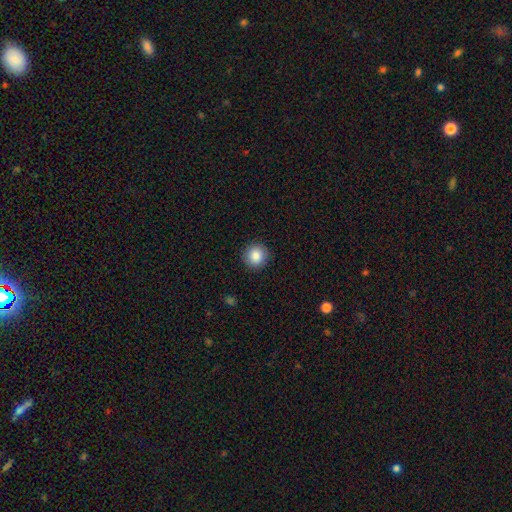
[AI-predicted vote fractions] smooth 86%, star or artifact 9%, featured or disk 5%. Down the decision tree: how rounded — round (93%); merging — none (91%).